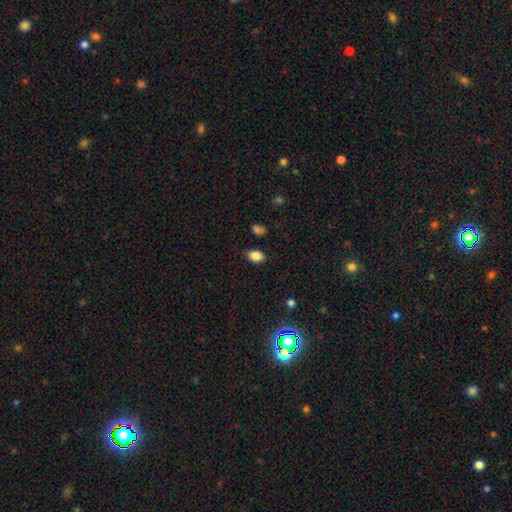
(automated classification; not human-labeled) Morphology: type=smooth (84%); roundness=in between (82%); merging=none (84%).